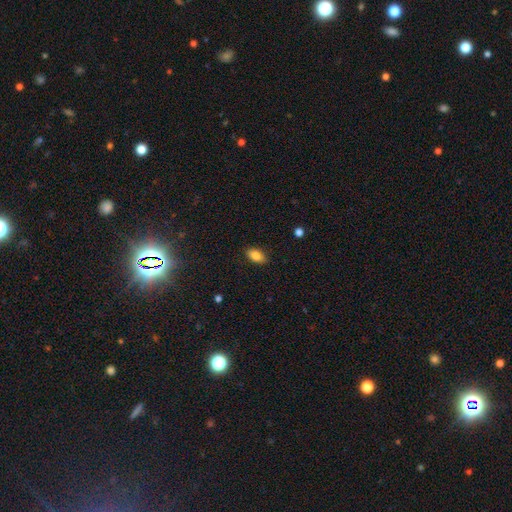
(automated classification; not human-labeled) Smooth or featured?
  - smooth: 84% *
  - star or artifact: 8%
  - featured or disk: 8%
How rounded?
  - in between: 91% *
  - round: 7%
  - cigar-shaped: 3%
Merging?
  - none: 87% *
  - minor disturbance: 10%
  - major disturbance: 2%
  - merger: 1%